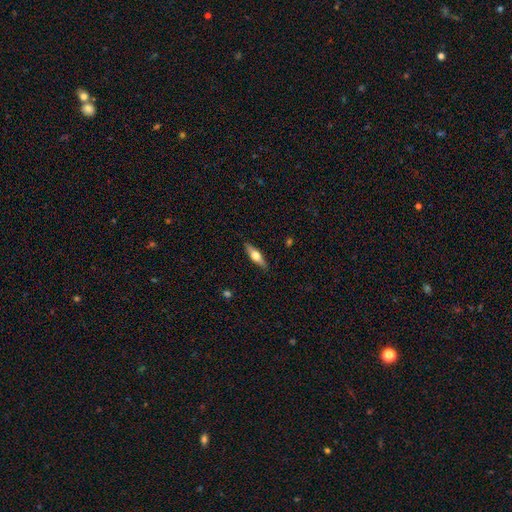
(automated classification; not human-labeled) Smooth or featured? Predicted: featured or disk (p=0.47, tied with smooth). Merging? Predicted: none (p=0.88).